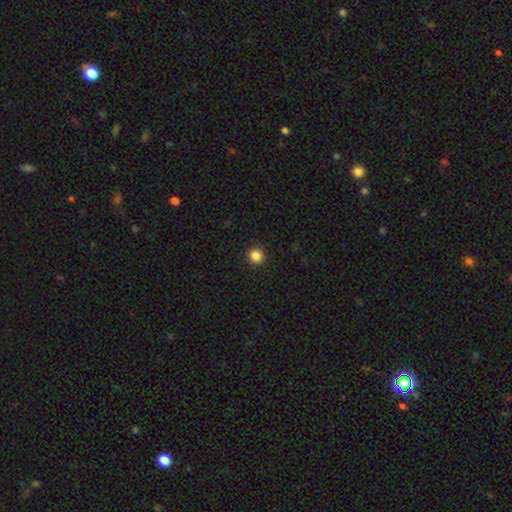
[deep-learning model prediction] smooth 86%, star or artifact 11%, featured or disk 3%. Down the decision tree: how rounded — round (95%); merging — none (93%).